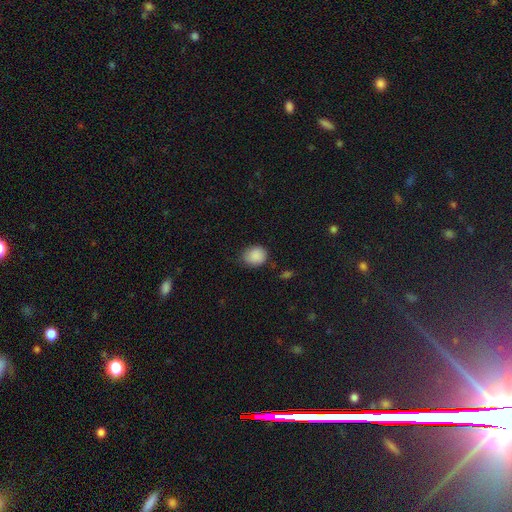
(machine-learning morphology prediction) Q: Smooth or featured?
A: smooth (88%); runner-up: star or artifact (8%)
Q: How rounded?
A: round (71%); runner-up: in between (28%)
Q: Merging?
A: none (74%); runner-up: minor disturbance (20%)